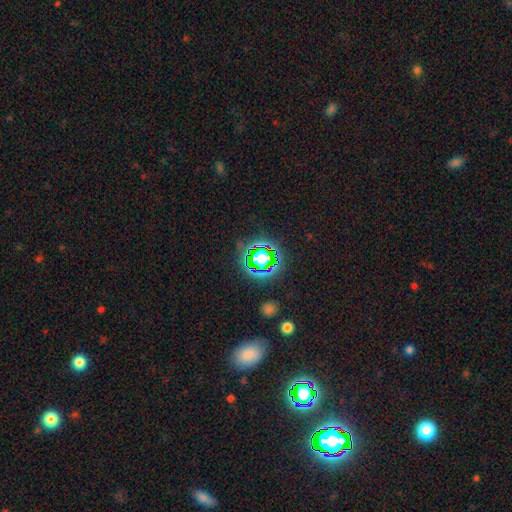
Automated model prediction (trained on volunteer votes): Smooth or featured? star or artifact (74%)